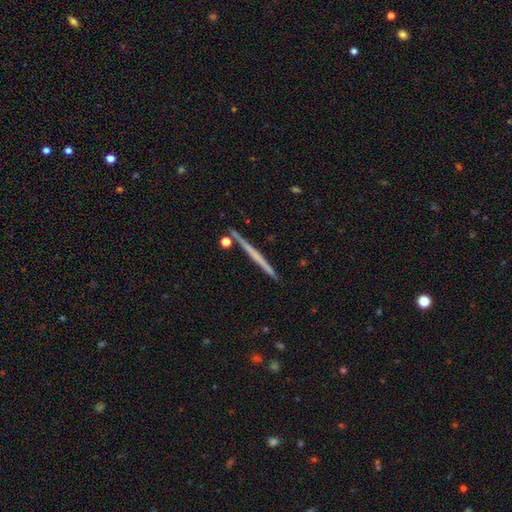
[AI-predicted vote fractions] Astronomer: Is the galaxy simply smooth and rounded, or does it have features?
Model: featured or disk — 55% (runner-up: smooth, 39%).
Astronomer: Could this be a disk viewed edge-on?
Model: yes — 98%.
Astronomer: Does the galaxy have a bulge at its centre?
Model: none — 90%.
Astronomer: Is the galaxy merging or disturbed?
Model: none — 91%.